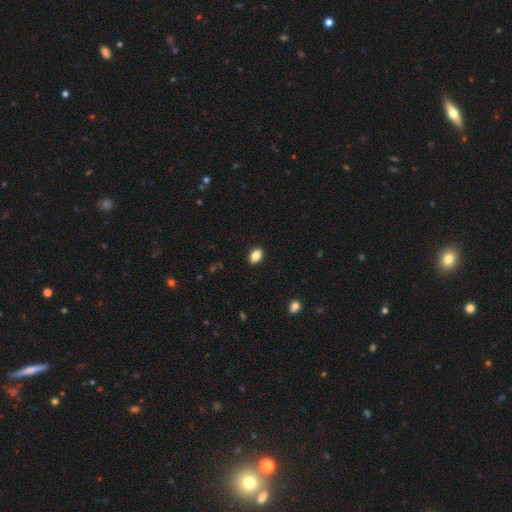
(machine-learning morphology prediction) Smooth or featured?
  - smooth: 86% *
  - star or artifact: 9%
  - featured or disk: 5%
How rounded?
  - in between: 83% *
  - round: 16%
  - cigar-shaped: 1%
Merging?
  - none: 90% *
  - minor disturbance: 7%
  - major disturbance: 2%
  - merger: 1%